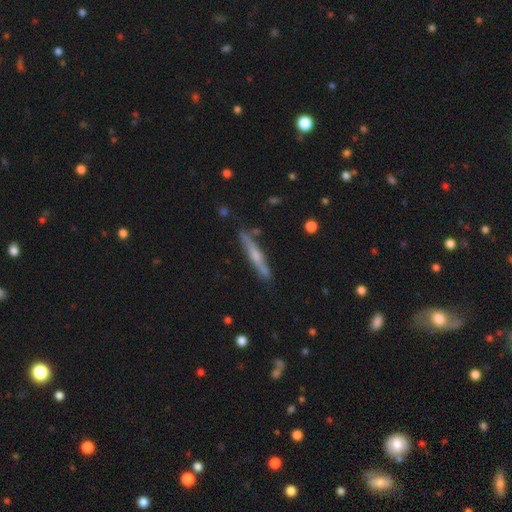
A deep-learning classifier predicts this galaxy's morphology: featured or disk 57%, smooth 37%, star or artifact 6%. Down the decision tree: edge-on disk — yes (94%); edge-on bulge — rounded (64%); merging — none (85%).